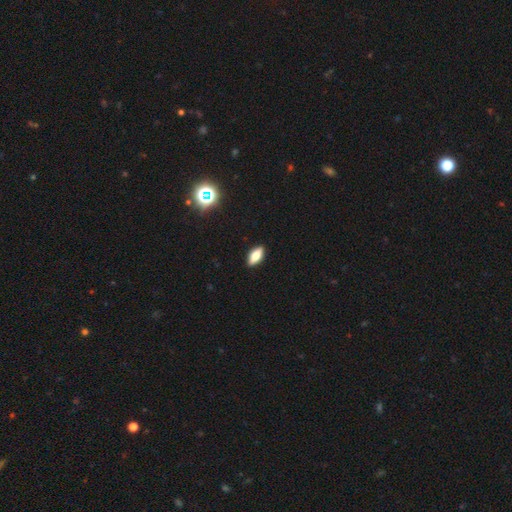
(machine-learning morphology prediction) Smooth or featured? smooth (68%)
How rounded? in between (82%)
Merging? none (90%)